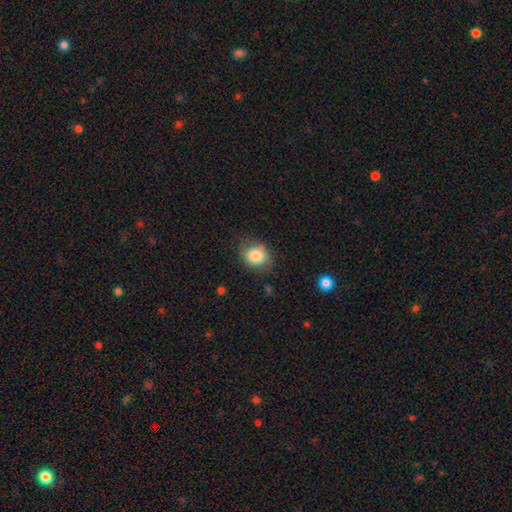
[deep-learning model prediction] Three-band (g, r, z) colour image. It shows a smooth galaxy with no disk features (83%) that is round (61%). Merging: none (71%).